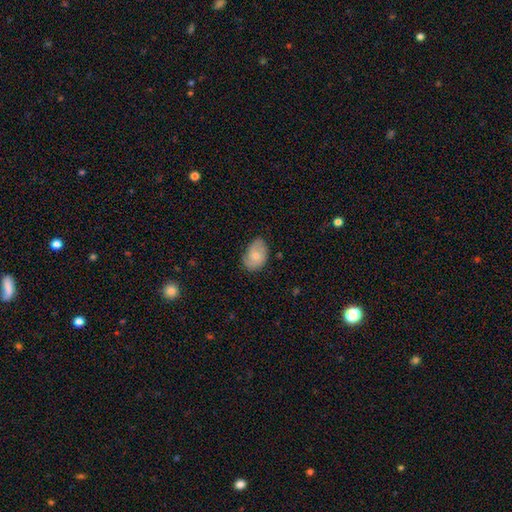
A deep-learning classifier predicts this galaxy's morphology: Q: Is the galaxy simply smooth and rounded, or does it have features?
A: smooth — 67%.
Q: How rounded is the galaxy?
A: in between — 81%.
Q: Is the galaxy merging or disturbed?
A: none — 67%.